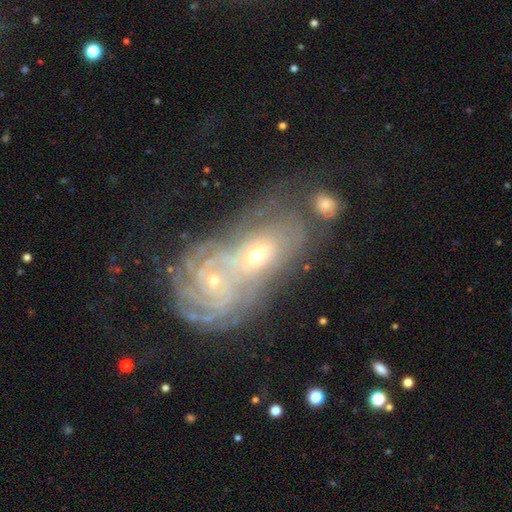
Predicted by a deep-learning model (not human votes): Smooth or featured: featured or disk — 75% (smooth — 16%)
Edge-on disk: no — 94% (yes — 6%)
Bar: no — 79% (weak — 16%)
Spiral arms: yes — 88% (no — 12%)
Spiral winding: tight — 78% (medium — 18%)
Spiral arm count: can't tell — 40% (3 — 16%)
Bulge size: small — 64% (moderate — 30%)
Merging: merger — 60% (none — 25%)